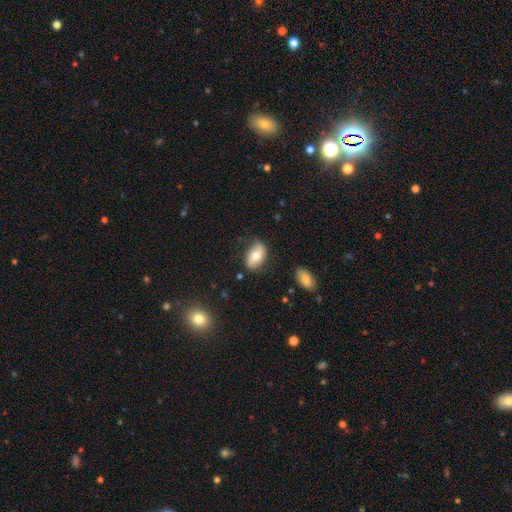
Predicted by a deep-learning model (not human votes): Smooth or featured? smooth (66%)
How rounded? in between (91%)
Merging? none (71%)